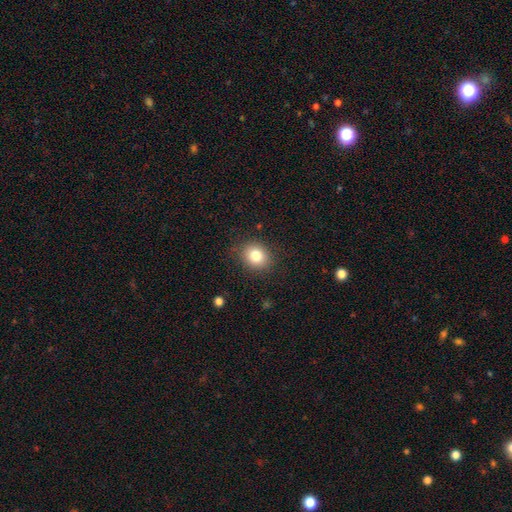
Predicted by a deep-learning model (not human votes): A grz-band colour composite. It shows a smooth galaxy with no disk features (81%) that is round (69%). Merging: none (86%).